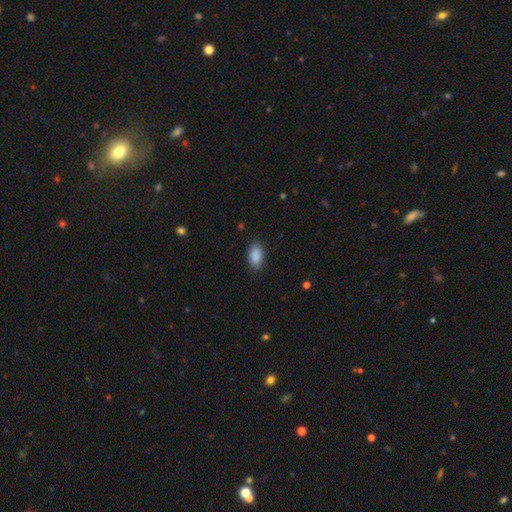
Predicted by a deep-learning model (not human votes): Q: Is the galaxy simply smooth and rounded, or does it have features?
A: smooth — 89%.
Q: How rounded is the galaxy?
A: in between — 92%.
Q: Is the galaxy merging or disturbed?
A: none — 85%.